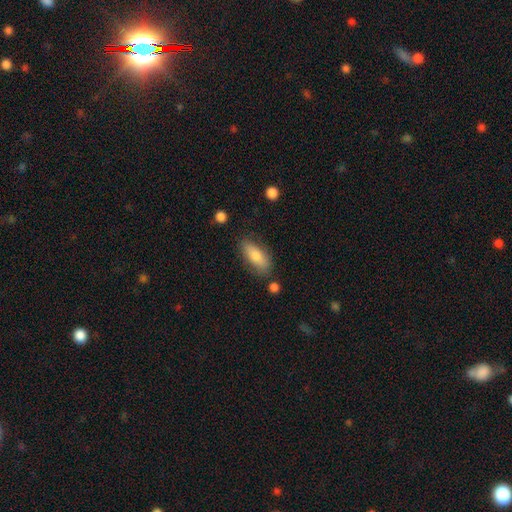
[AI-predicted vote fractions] Morphology: type=smooth (77%); roundness=in between (75%); merging=none (77%).